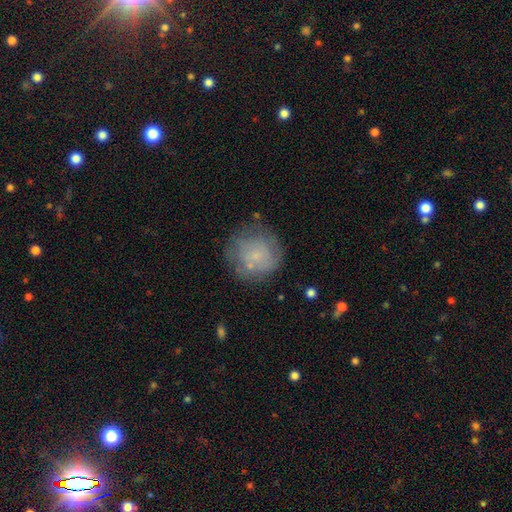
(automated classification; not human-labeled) Smooth or featured? Predicted: smooth (p=0.60). How rounded? Predicted: round (p=0.89). Merging? Predicted: none (p=0.62).